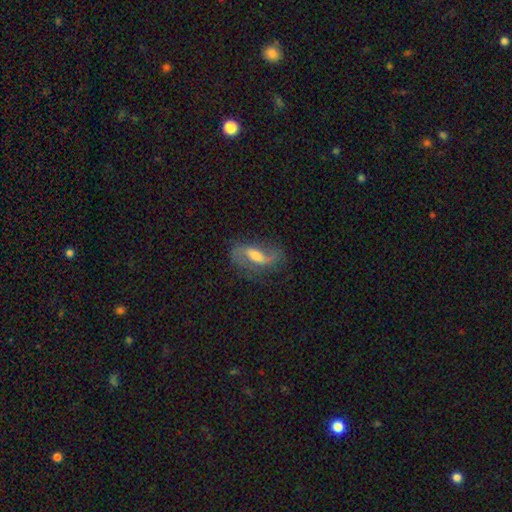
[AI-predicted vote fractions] smooth-or-featured: featured or disk: 74% | smooth: 18% | star or artifact: 7%
  disk-edge-on: no: 92% | yes: 8%
    bar: weak: 47% | strong: 28% | no: 25%
    has-spiral-arms: yes: 92% | no: 8%
      spiral-winding: loose: 71% | medium: 24% | tight: 6%
      spiral-arm-count: 2: 86% | 1: 7% | can't tell: 4% | 3: 1% | 4: 1% | more than 4: 1%
    bulge-size: moderate: 49% | small: 23% | large: 16% | none: 10% | dominant: 2%
  merging: none: 65% | minor disturbance: 19% | major disturbance: 13% | merger: 2%